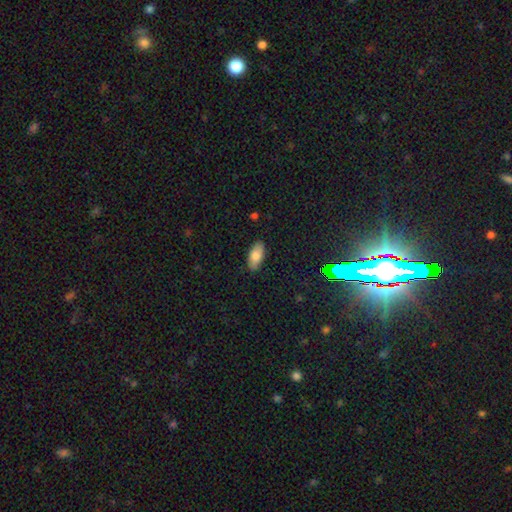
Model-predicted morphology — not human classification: Smooth or featured? smooth (81%)
How rounded? in between (90%)
Merging? none (87%)